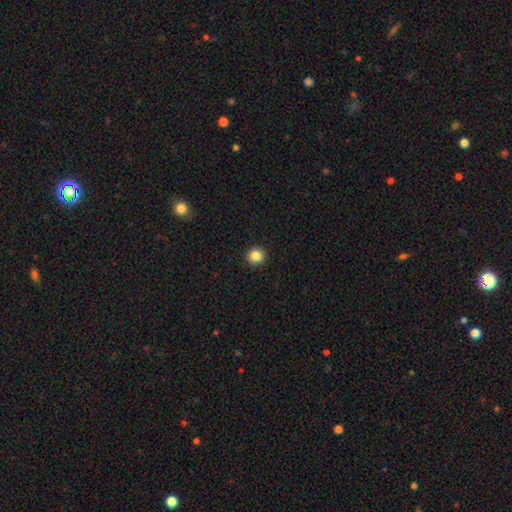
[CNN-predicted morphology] Smooth or featured?
  - smooth: 85% *
  - star or artifact: 11%
  - featured or disk: 5%
How rounded?
  - round: 92% *
  - in between: 7%
  - cigar-shaped: 1%
Merging?
  - none: 93% *
  - minor disturbance: 5%
  - major disturbance: 2%
  - merger: 1%